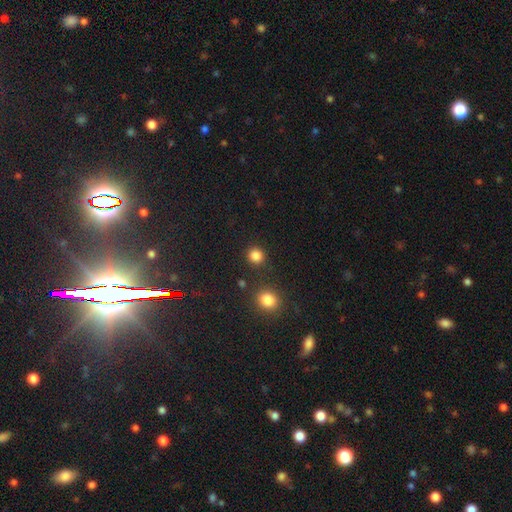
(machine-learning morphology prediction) A smooth galaxy with no disk features (84%) that is round (87%).

Vote fractions:
- Smooth or featured? smooth: 84% / star or artifact: 12% / featured or disk: 3%
- How rounded? round: 87% / in between: 12% / cigar-shaped: 1%
- Merging? none: 86% / minor disturbance: 7% / merger: 4% / major disturbance: 3%